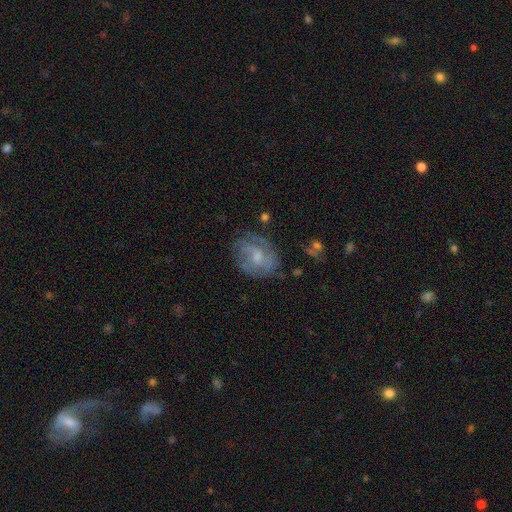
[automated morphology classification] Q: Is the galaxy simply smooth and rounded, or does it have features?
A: featured or disk — 54%.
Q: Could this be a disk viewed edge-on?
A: no — 97%.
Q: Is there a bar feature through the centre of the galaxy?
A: no — 58%.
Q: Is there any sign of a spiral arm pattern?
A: yes — 65%.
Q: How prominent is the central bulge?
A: small — 40%.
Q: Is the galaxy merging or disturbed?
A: none — 62%.